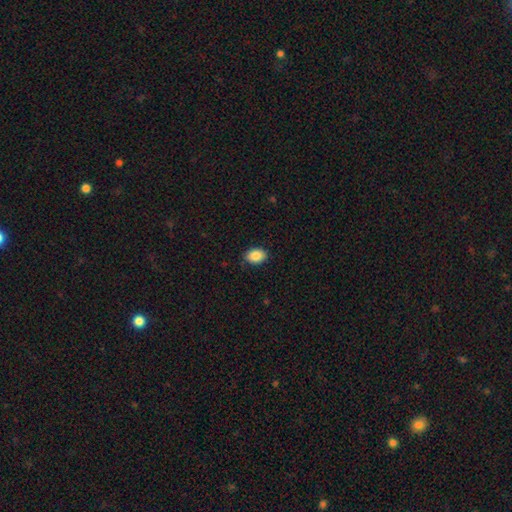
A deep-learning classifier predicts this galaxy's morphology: type=smooth (88%); roundness=in between (77%); merging=none (86%).